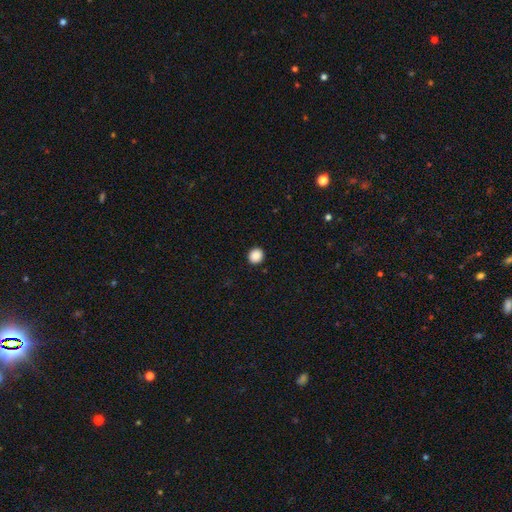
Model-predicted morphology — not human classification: smooth_or_featured: smooth (p=0.88) [alt: star or artifact p=0.09]
how_rounded: round (p=0.89) [alt: in between p=0.10]
merging: none (p=0.93) [alt: minor disturbance p=0.05]